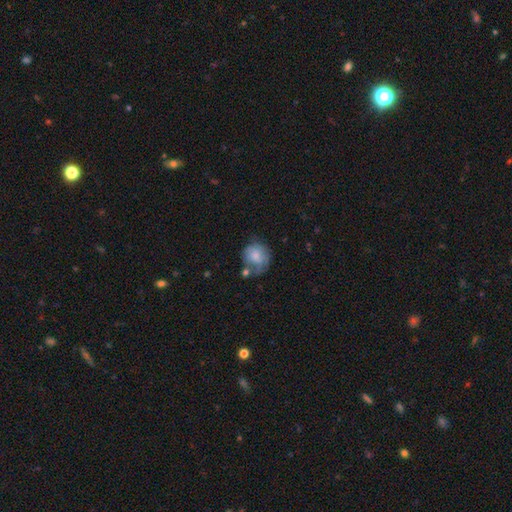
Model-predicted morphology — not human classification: smooth-or-featured: smooth: 68% | featured or disk: 24% | star or artifact: 8%
  how-rounded: round: 77% | in between: 22% | cigar-shaped: 1%
  merging: none: 40% | minor disturbance: 29% | major disturbance: 17% | merger: 14%